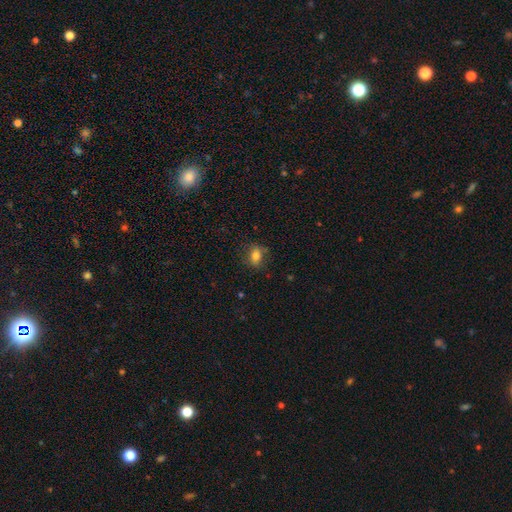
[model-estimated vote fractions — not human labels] Smooth or featured: smooth — 77% (featured or disk — 12%)
How rounded: in between — 69% (round — 28%)
Merging: none — 76% (minor disturbance — 17%)